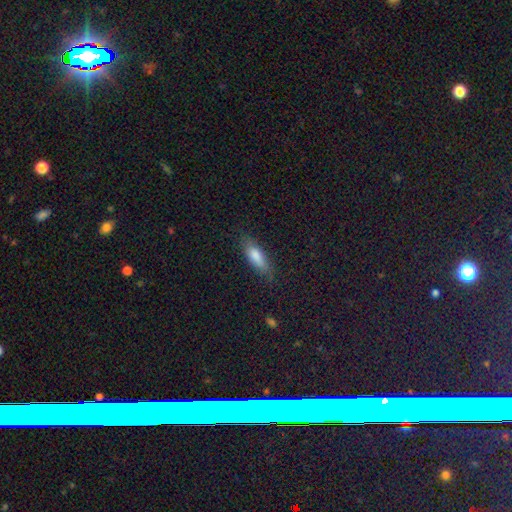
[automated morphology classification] A smooth galaxy with no disk features (78%) that is in between round and cigar-shaped (57%).

Vote fractions:
- Smooth or featured? smooth: 78% / featured or disk: 14% / star or artifact: 8%
- How rounded? in between: 57% / cigar-shaped: 40% / round: 2%
- Merging? none: 79% / minor disturbance: 16% / major disturbance: 4% / merger: 1%